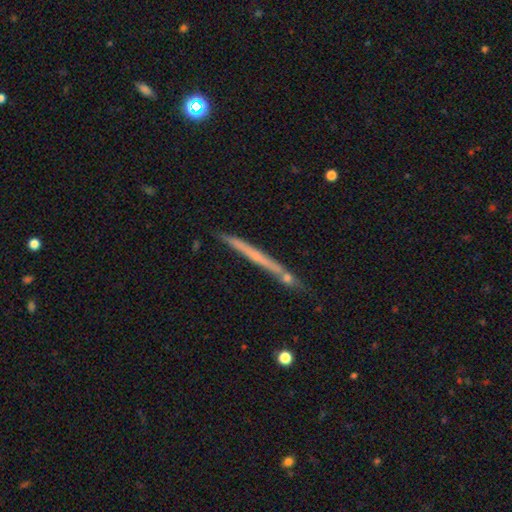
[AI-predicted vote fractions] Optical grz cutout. It shows a featured or disk galaxy (53%) viewed edge-on (97%) with no central bulge (90%). Merging: none (83%).